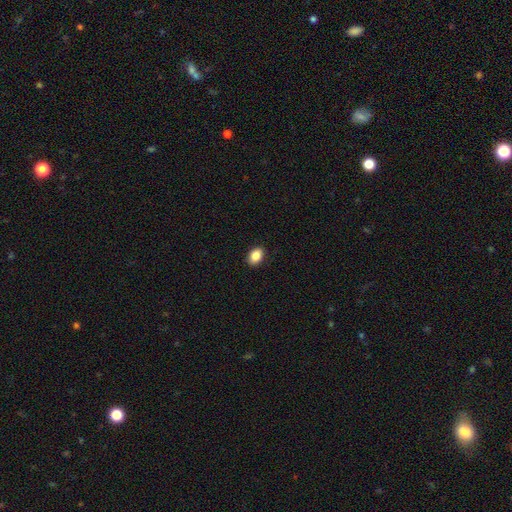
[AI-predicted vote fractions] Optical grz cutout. It shows a smooth galaxy with no disk features (86%) that is in between round and cigar-shaped (81%). Merging: none (91%).